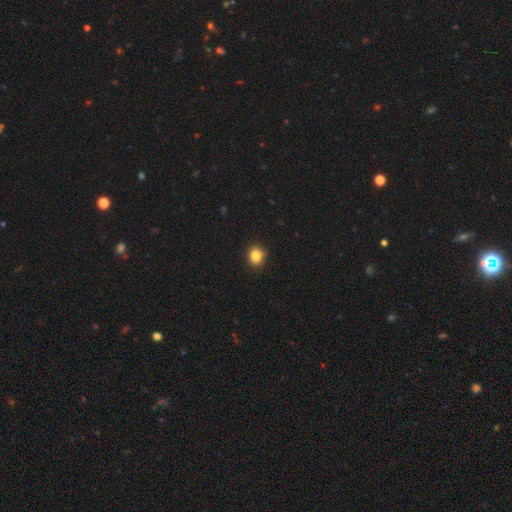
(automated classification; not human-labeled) Smooth or featured?
  - smooth: 85% *
  - star or artifact: 10%
  - featured or disk: 4%
How rounded?
  - round: 58% *
  - in between: 41%
  - cigar-shaped: 1%
Merging?
  - none: 85% *
  - minor disturbance: 11%
  - major disturbance: 2%
  - merger: 1%